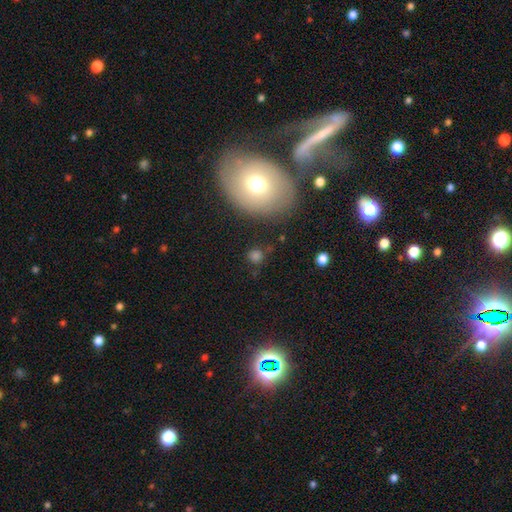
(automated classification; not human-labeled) Smooth or featured?
  - smooth: 73% *
  - star or artifact: 20%
  - featured or disk: 7%
How rounded?
  - round: 88% *
  - in between: 11%
  - cigar-shaped: 1%
Merging?
  - none: 78% *
  - minor disturbance: 12%
  - merger: 5%
  - major disturbance: 5%